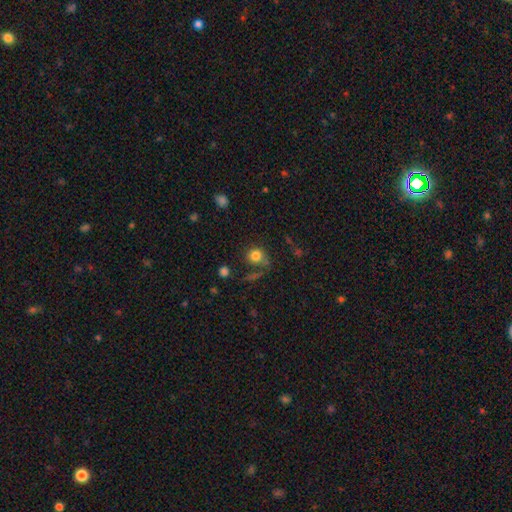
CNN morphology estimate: Q: Smooth or featured?
A: smooth (80%); runner-up: star or artifact (12%)
Q: How rounded?
A: round (78%); runner-up: in between (21%)
Q: Merging?
A: none (56%); runner-up: minor disturbance (20%)